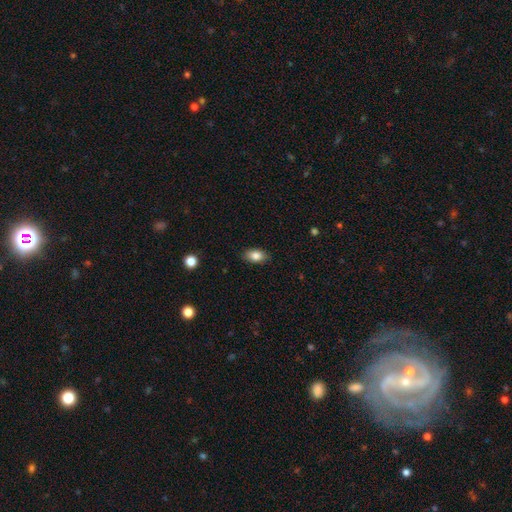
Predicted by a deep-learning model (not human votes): Smooth or featured? Predicted: smooth (p=0.84). How rounded? Predicted: in between (p=0.89). Merging? Predicted: none (p=0.86).